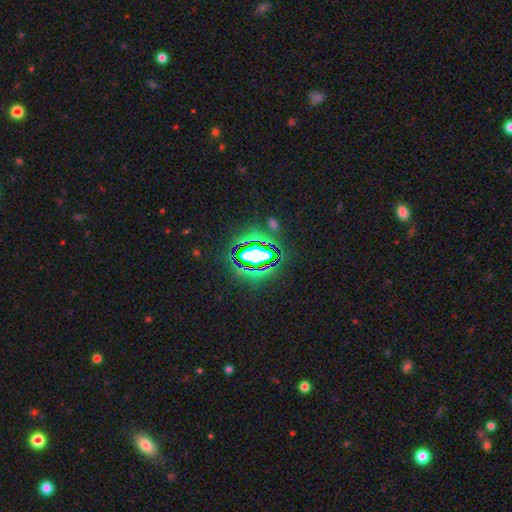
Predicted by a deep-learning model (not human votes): A star or artifact, not a galaxy (67%).